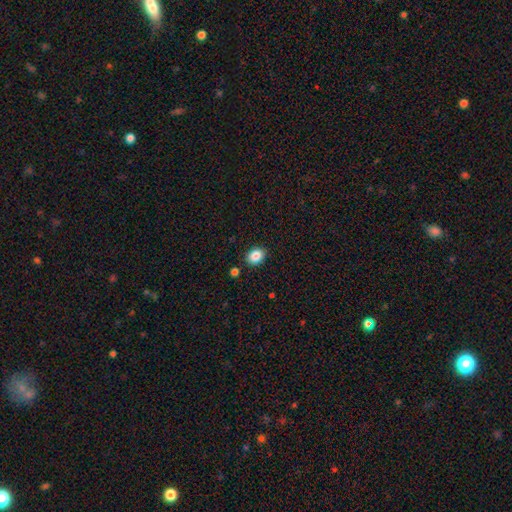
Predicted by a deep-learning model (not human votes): Morphology: type=smooth (86%); roundness=in between (60%); merging=none (87%).